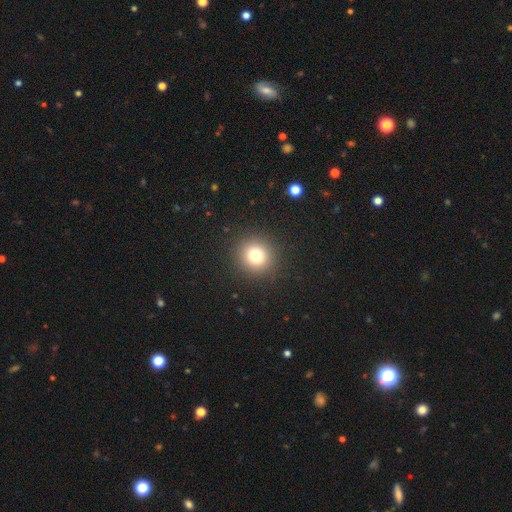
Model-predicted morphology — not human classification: smooth-or-featured: smooth: 77% | star or artifact: 14% | featured or disk: 9%
  how-rounded: round: 92% | in between: 7% | cigar-shaped: 1%
  merging: none: 91% | minor disturbance: 5% | major disturbance: 3% | merger: 1%